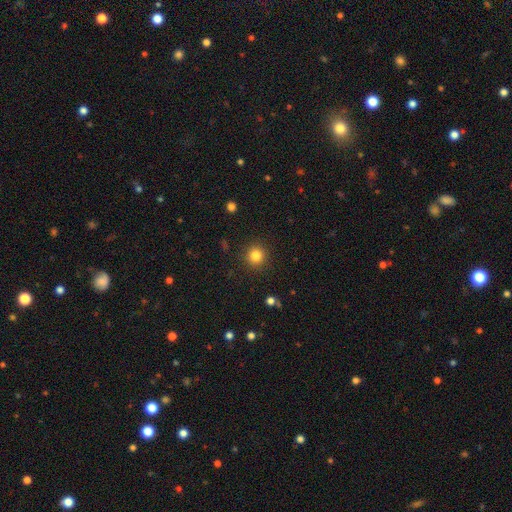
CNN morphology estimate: Q: Smooth or featured?
A: smooth (83%); runner-up: star or artifact (12%)
Q: How rounded?
A: round (94%); runner-up: in between (5%)
Q: Merging?
A: none (91%); runner-up: minor disturbance (6%)